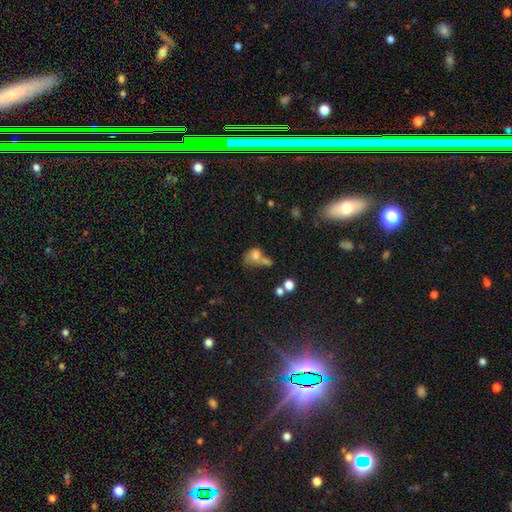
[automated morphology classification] smooth_or_featured: smooth (p=0.63) [alt: star or artifact p=0.20]
how_rounded: in between (p=0.51) [alt: round p=0.47]
merging: merger (p=0.39) [alt: none p=0.34]